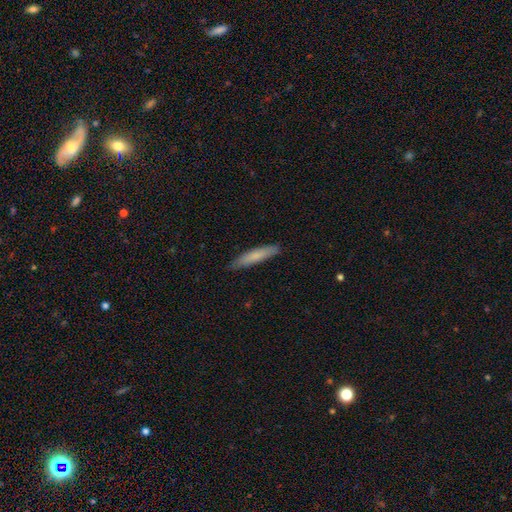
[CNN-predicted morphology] smooth 76%, featured or disk 18%, star or artifact 5%. Down the decision tree: how rounded — cigar-shaped (88%); merging — none (86%).